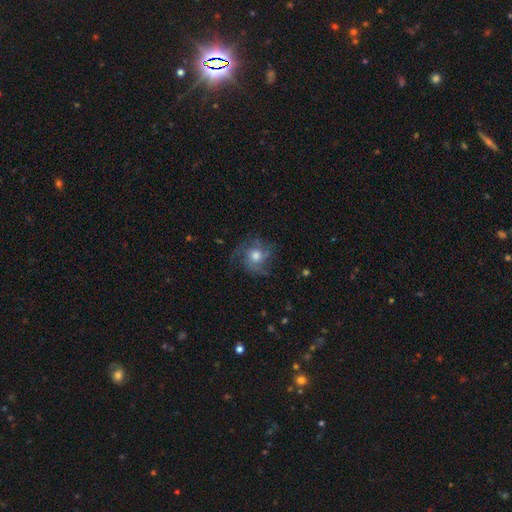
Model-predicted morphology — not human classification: type=featured or disk (64%); edge-on=no (97%); bar=no (81%); spiral arms=yes (89%); winding=medium (48%); arm count=3 (35%); bulge=moderate (64%); merging=none (68%).